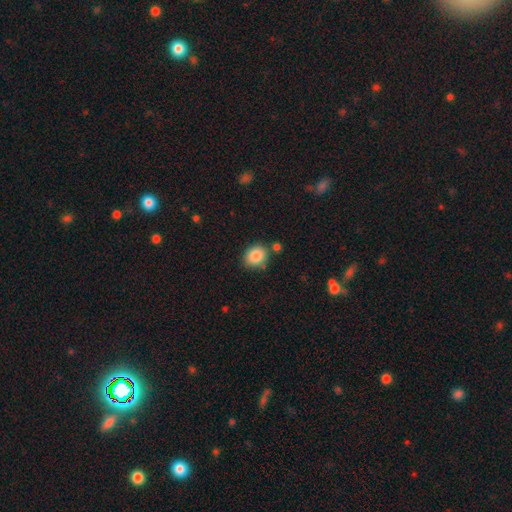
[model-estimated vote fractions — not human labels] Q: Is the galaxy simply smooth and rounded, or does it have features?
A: smooth — 86%.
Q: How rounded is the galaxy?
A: round — 57%.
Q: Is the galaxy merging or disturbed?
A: none — 77%.